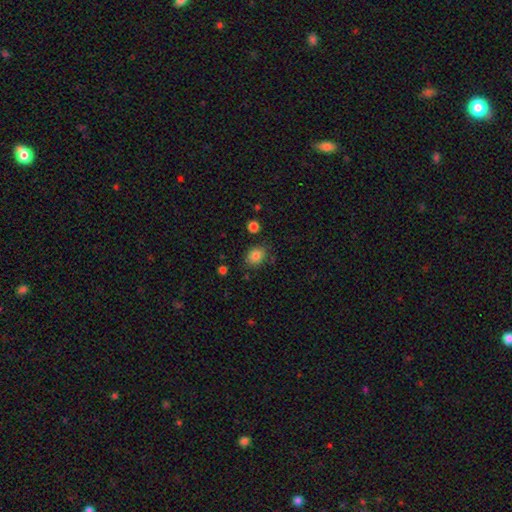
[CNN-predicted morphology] Smooth or featured: smooth — 84% (star or artifact — 10%)
How rounded: in between — 52% (round — 47%)
Merging: none — 77% (minor disturbance — 16%)